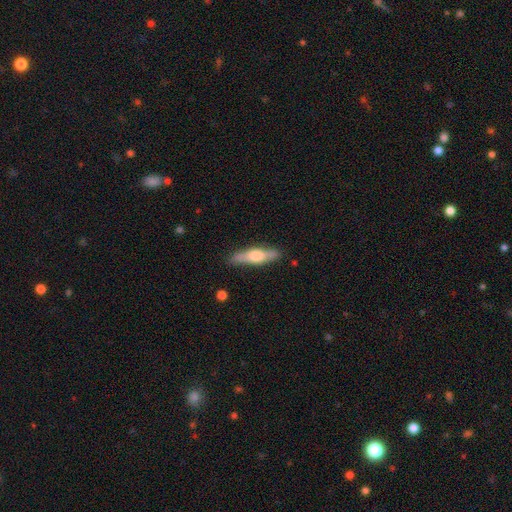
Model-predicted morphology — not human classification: Smooth or featured: featured or disk — 51% (smooth — 43%)
Edge-on disk: yes — 91% (no — 9%)
Merging: none — 86% (minor disturbance — 11%)